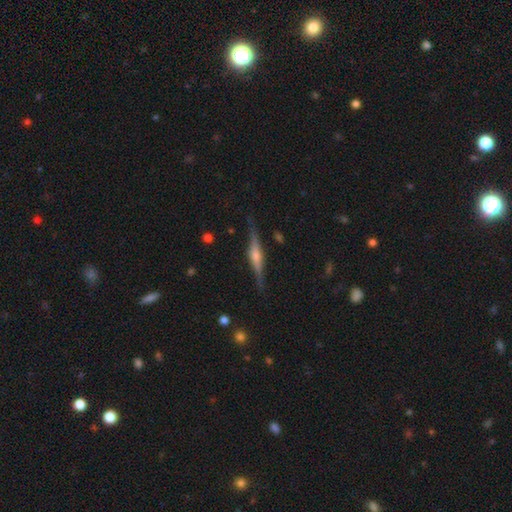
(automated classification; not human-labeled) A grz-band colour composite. It shows a featured or disk galaxy (79%) viewed edge-on (97%) with a rounded central bulge (79%). Merging: none (86%).